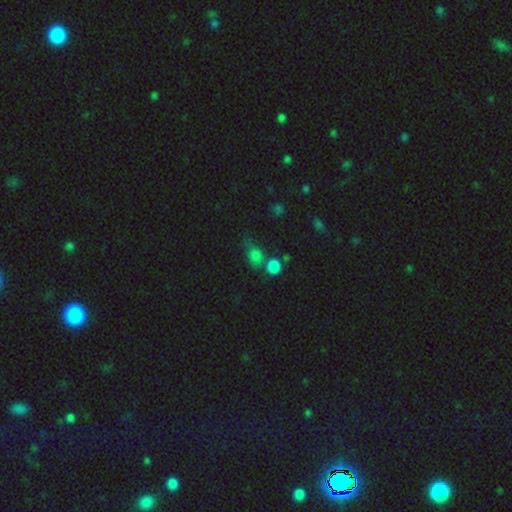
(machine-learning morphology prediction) This appears to be a smooth galaxy with no disk features (72%) that is round (54%). Merging: none (48%).